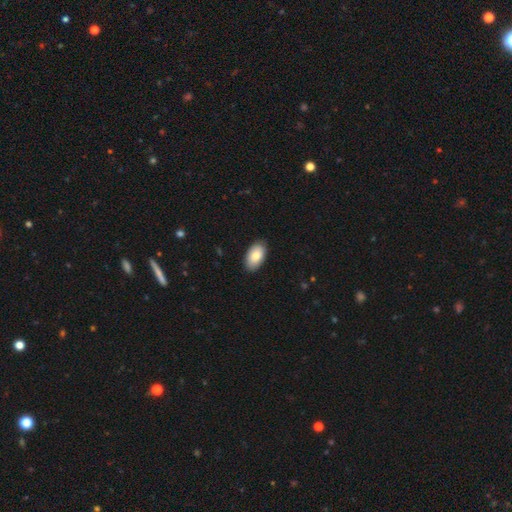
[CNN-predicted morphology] Smooth or featured? smooth (81%)
How rounded? in between (95%)
Merging? none (88%)